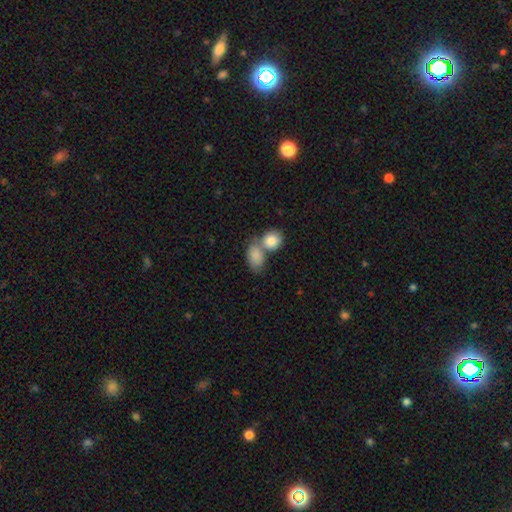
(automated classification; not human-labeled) This appears to be a smooth galaxy with no disk features (85%) that is in between round and cigar-shaped (81%). Merging: merger (59%).